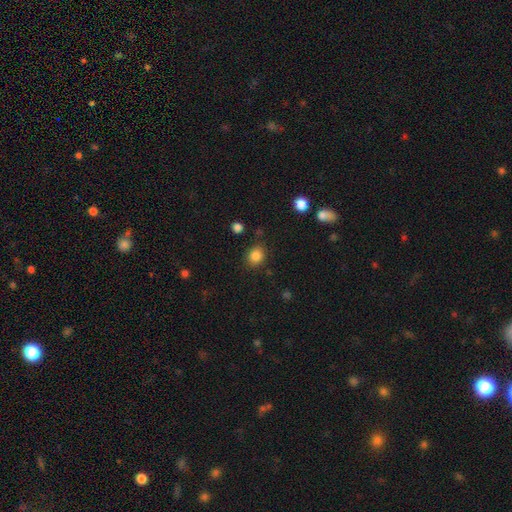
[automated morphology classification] A smooth galaxy with no disk features (85%) that is round (65%). Merging: none (82%).